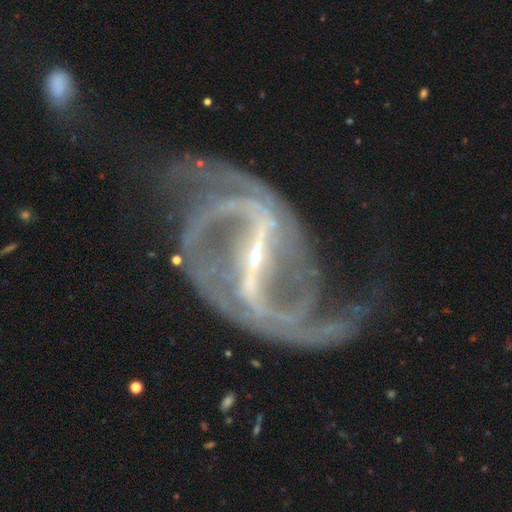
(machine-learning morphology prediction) A featured or disk galaxy (93%) with a strong bar (86%), 2 (81%) medium (44%) spiral arms (95%) and a small central bulge (84%). Merging: none (50%).